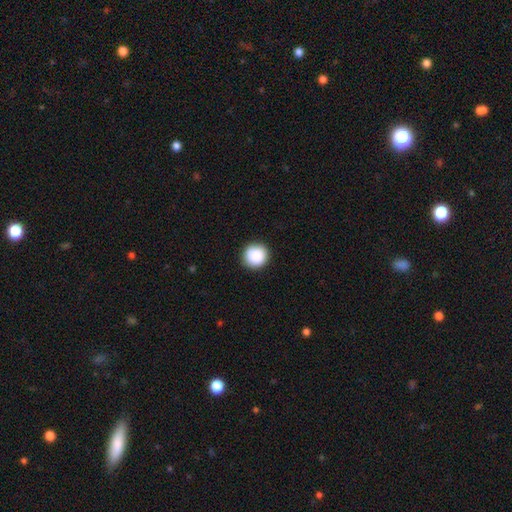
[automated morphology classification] smooth 88%, star or artifact 8%, featured or disk 4%. Down the decision tree: how rounded — round (95%); merging — none (91%).